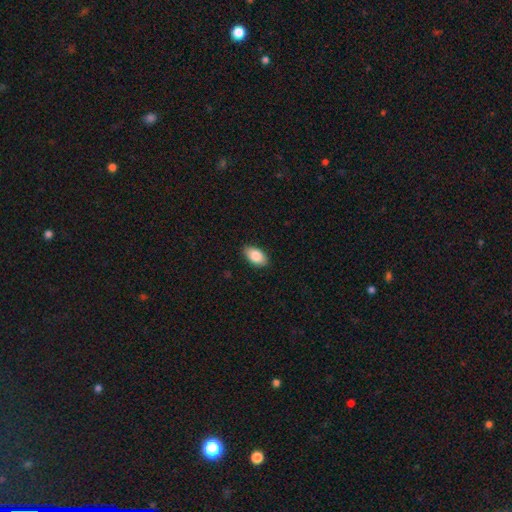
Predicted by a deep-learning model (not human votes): Smooth or featured? smooth (86%)
How rounded? in between (94%)
Merging? none (87%)